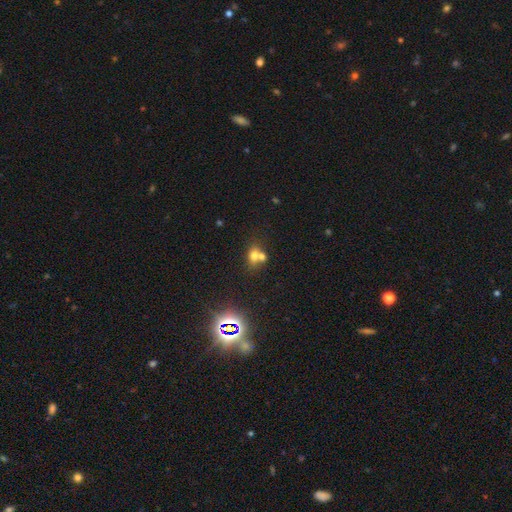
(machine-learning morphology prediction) type=smooth (65%); roundness=in between (54%); merging=merger (55%).